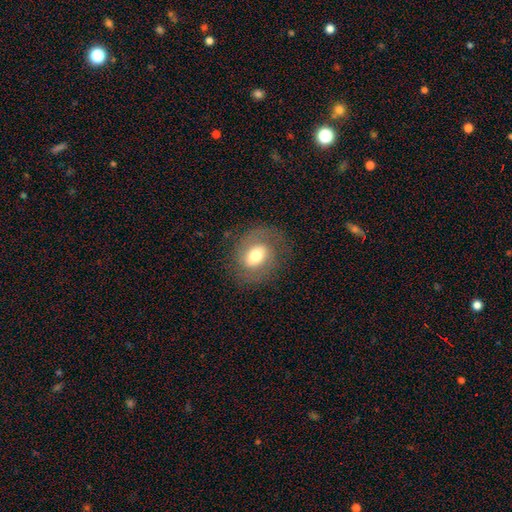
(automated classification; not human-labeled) Smooth or featured? featured or disk (51%)
Edge-on disk? no (95%)
Merging? none (76%)